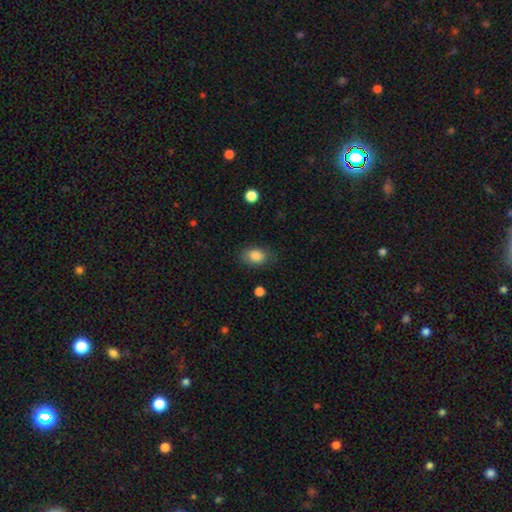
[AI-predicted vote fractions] Smooth or featured? smooth (86%)
How rounded? in between (76%)
Merging? none (78%)